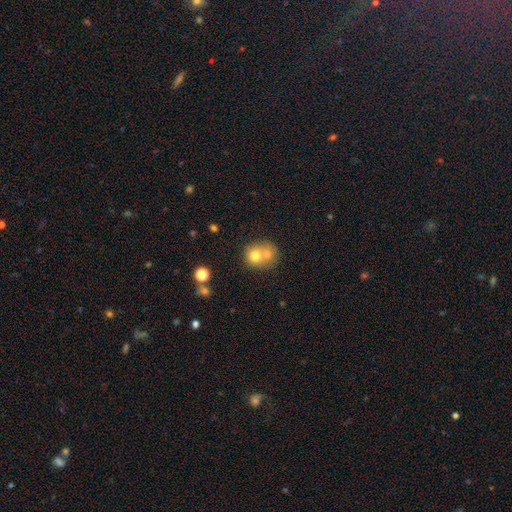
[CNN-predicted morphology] A smooth galaxy with no disk features (69%) that is round (75%).

Vote fractions:
- Smooth or featured? smooth: 69% / featured or disk: 21% / star or artifact: 10%
- How rounded? round: 75% / in between: 24% / cigar-shaped: 1%
- Merging? merger: 63% / none: 27% / minor disturbance: 7% / major disturbance: 3%